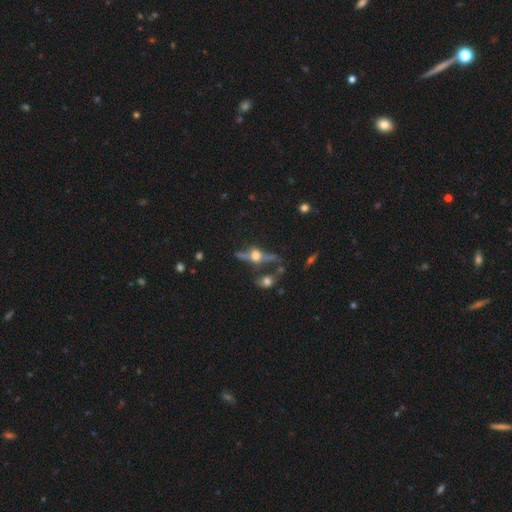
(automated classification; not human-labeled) Smooth or featured? Predicted: featured or disk (p=0.64). Edge-on disk? Predicted: yes (p=0.82). Edge-on bulge? Predicted: rounded (p=0.95). Merging? Predicted: none (p=0.60).